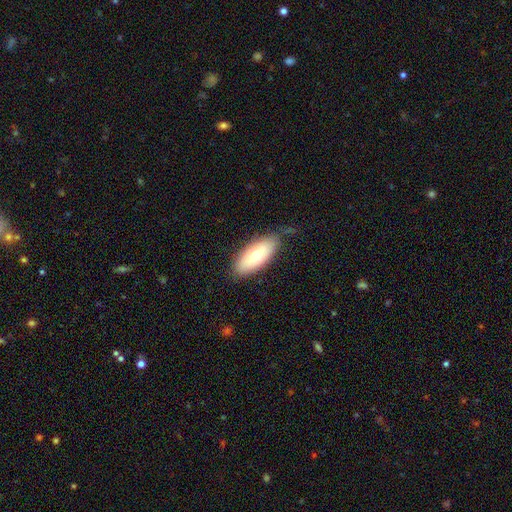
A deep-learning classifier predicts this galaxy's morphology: smooth 71%, featured or disk 22%, star or artifact 6%. Down the decision tree: how rounded — in between (84%); merging — none (78%).